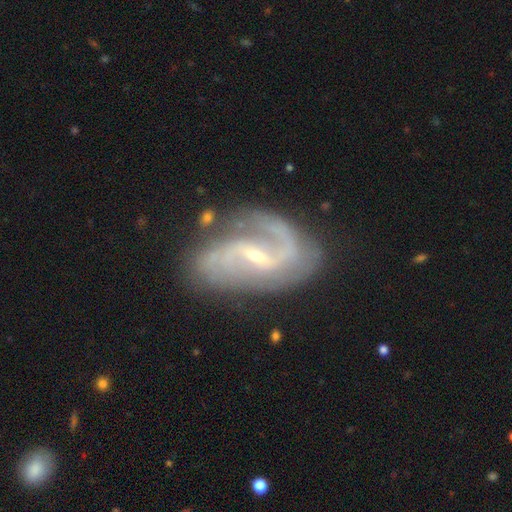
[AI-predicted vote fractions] Smooth or featured? featured or disk (89%)
Edge-on disk? no (97%)
Bar? weak (51%)
Spiral arms? yes (97%)
Spiral winding? medium (47%)
Spiral arm count? 2 (82%)
Bulge size? small (73%)
Merging? none (67%)